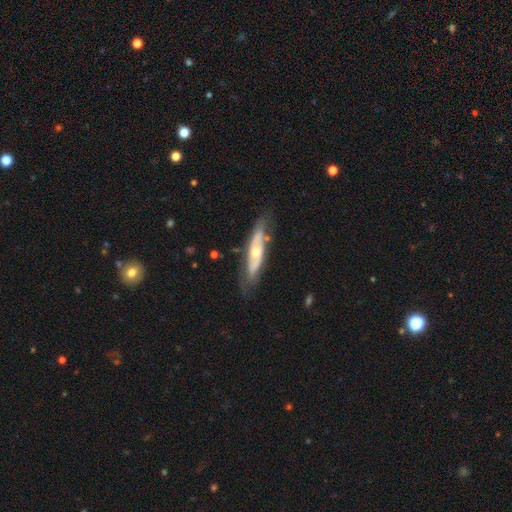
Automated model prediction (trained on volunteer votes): A featured or disk galaxy (69%) viewed edge-on (57%).

Vote fractions:
- Smooth or featured? featured or disk: 69% / smooth: 23% / star or artifact: 8%
- Edge-on disk? yes: 57% / no: 43%
- Merging? none: 76% / minor disturbance: 17% / major disturbance: 5% / merger: 2%